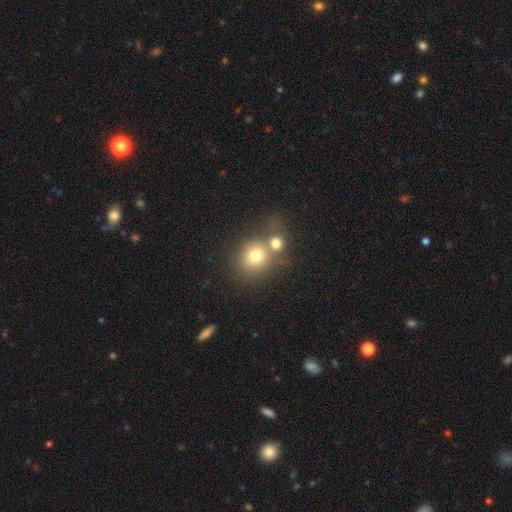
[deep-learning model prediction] Smooth or featured: smooth — 73% (featured or disk — 14%)
How rounded: round — 75% (in between — 24%)
Merging: merger — 46% (none — 40%)